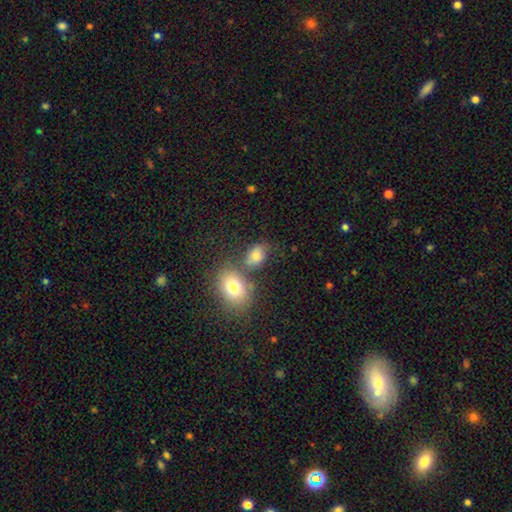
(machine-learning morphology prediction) This is likely a smooth galaxy (76%). How rounded: likely in between (72%). Merging: possibly none (54%).